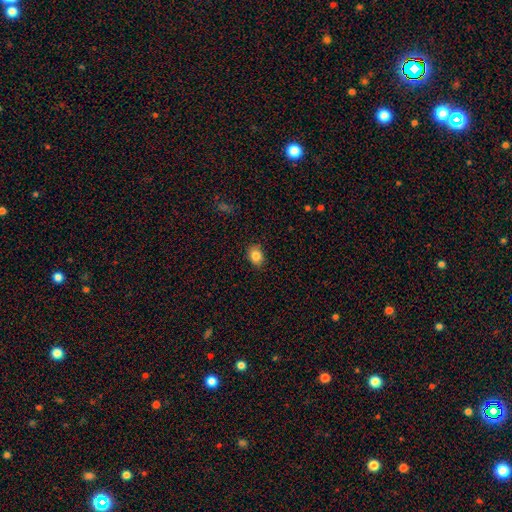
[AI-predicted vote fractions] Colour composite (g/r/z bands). It shows a smooth galaxy with no disk features (84%) that is in between round and cigar-shaped (59%). Merging: none (86%).